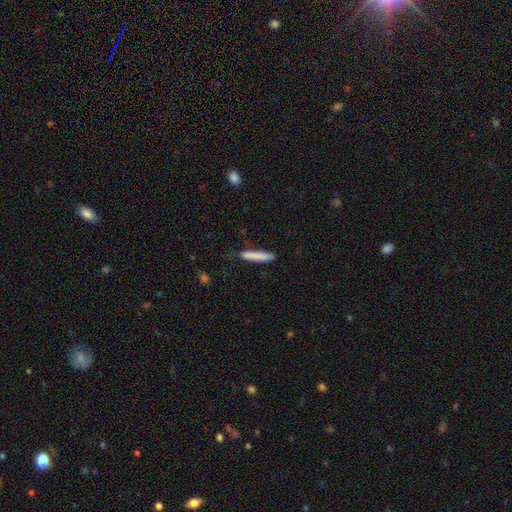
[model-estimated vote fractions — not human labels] Smooth or featured? smooth (83%)
How rounded? cigar-shaped (93%)
Merging? none (83%)